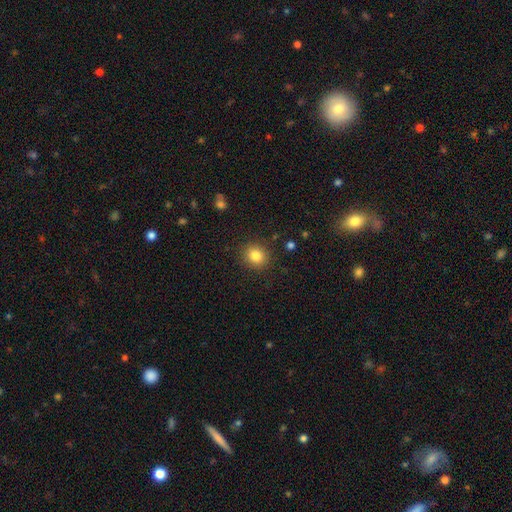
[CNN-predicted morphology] Smooth or featured? smooth (83%)
How rounded? round (81%)
Merging? none (88%)